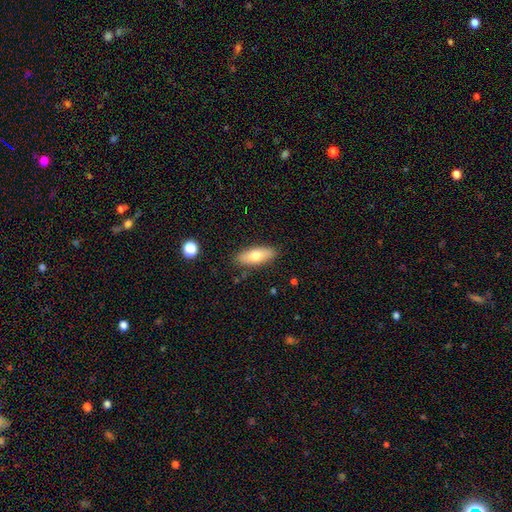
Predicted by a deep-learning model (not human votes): smooth_or_featured: smooth (p=0.70) [alt: featured or disk p=0.24]
how_rounded: in between (p=0.71) [alt: cigar-shaped p=0.26]
merging: none (p=0.86) [alt: minor disturbance p=0.11]